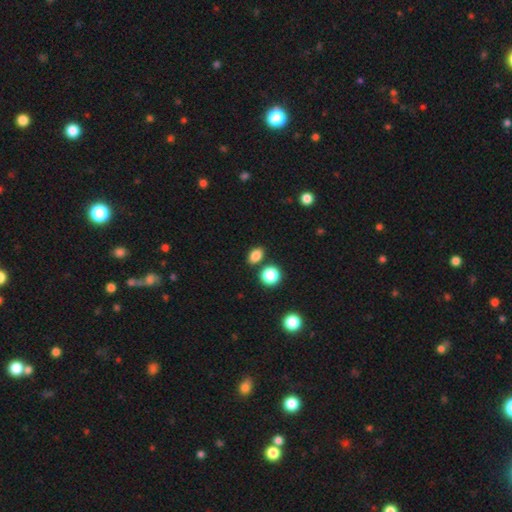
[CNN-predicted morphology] This is clearly a smooth galaxy (83%). How rounded: likely in between (72%). Merging: likely none (79%).